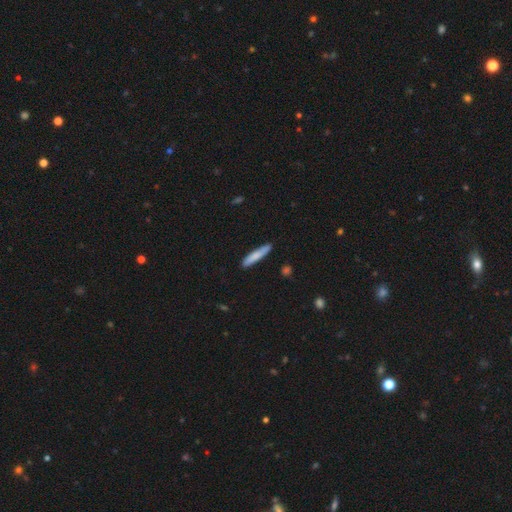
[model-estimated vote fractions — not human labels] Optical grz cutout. It shows a smooth galaxy with no disk features (78%) that is cigar-shaped (90%). Merging: none (86%).